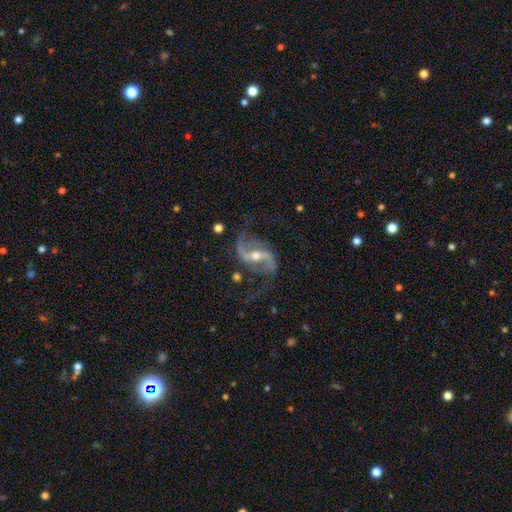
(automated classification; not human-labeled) Morphology: type=featured or disk (92%); edge-on=no (97%); bar=strong (45%); spiral arms=yes (97%); winding=loose (70%); arm count=2 (94%); bulge=moderate (58%); merging=none (74%).